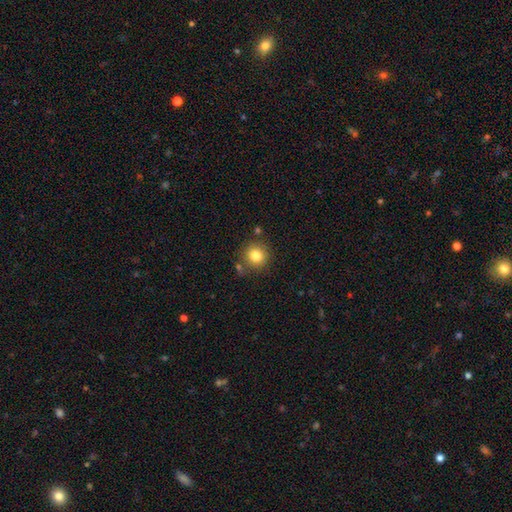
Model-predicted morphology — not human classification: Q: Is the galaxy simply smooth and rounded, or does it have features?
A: smooth — 81%.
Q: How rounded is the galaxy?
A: round — 92%.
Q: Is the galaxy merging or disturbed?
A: none — 80%.